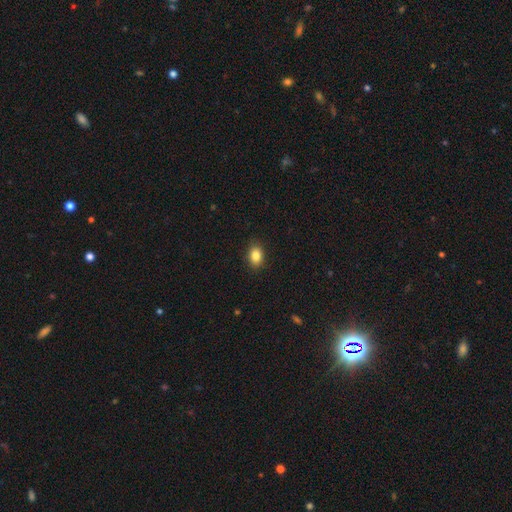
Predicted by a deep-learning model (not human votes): This appears to be a smooth galaxy with no disk features (85%) that is in between round and cigar-shaped (76%). Merging: none (88%).